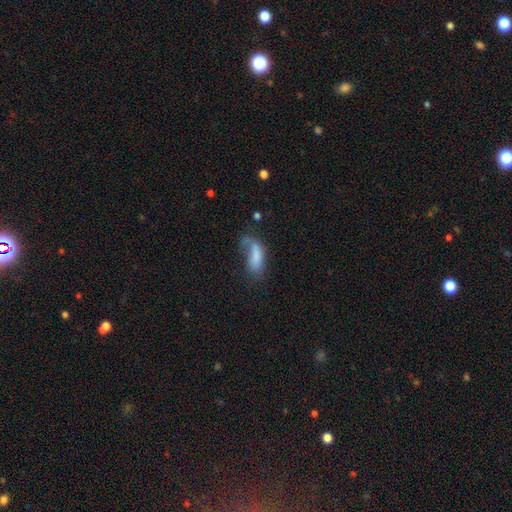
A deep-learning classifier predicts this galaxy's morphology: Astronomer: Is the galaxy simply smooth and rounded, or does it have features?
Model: smooth — 75%.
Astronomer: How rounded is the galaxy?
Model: in between — 73%.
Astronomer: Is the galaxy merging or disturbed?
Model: major disturbance — 35% (runner-up: none, 29%).